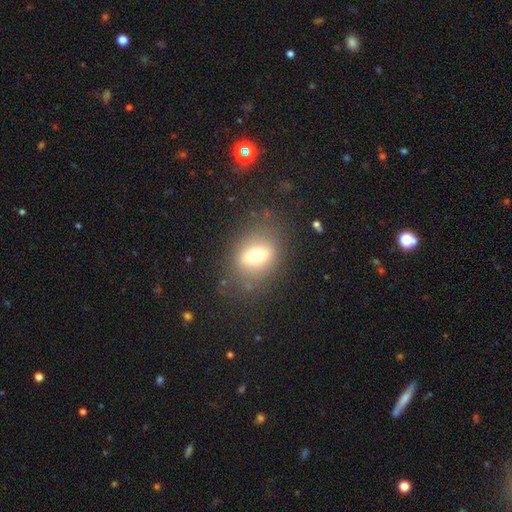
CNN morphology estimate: A smooth galaxy with no disk features (62%) that is in between round and cigar-shaped (69%).

Vote fractions:
- Smooth or featured? smooth: 62% / featured or disk: 27% / star or artifact: 11%
- How rounded? in between: 69% / round: 25% / cigar-shaped: 6%
- Merging? none: 75% / minor disturbance: 14% / major disturbance: 8% / merger: 3%